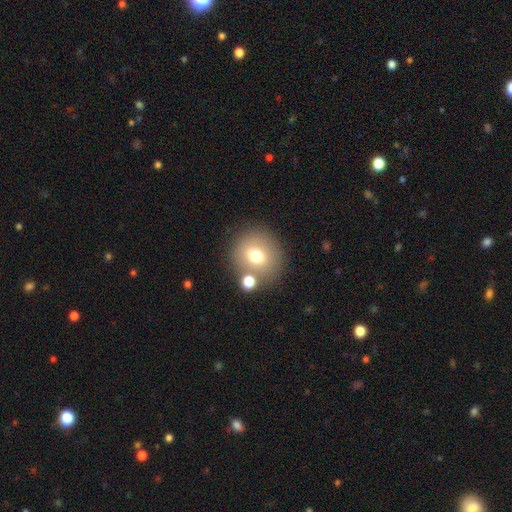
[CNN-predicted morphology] A smooth galaxy with no disk features (71%) that is round (84%).

Vote fractions:
- Smooth or featured? smooth: 71% / featured or disk: 18% / star or artifact: 12%
- How rounded? round: 84% / in between: 15% / cigar-shaped: 1%
- Merging? none: 71% / merger: 13% / minor disturbance: 11% / major disturbance: 5%